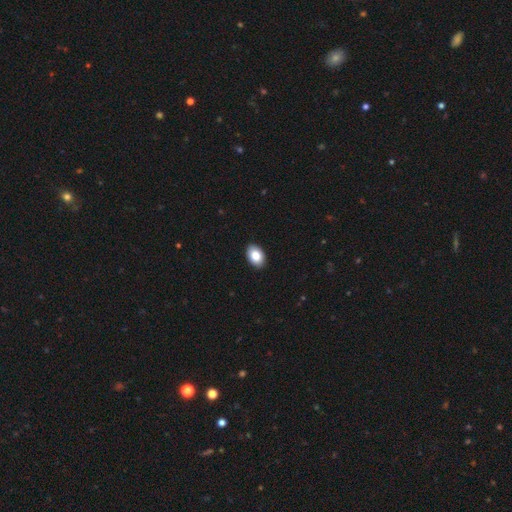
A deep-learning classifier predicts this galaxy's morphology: Smooth or featured? Predicted: smooth (p=0.85). How rounded? Predicted: in between (p=0.86). Merging? Predicted: none (p=0.91).